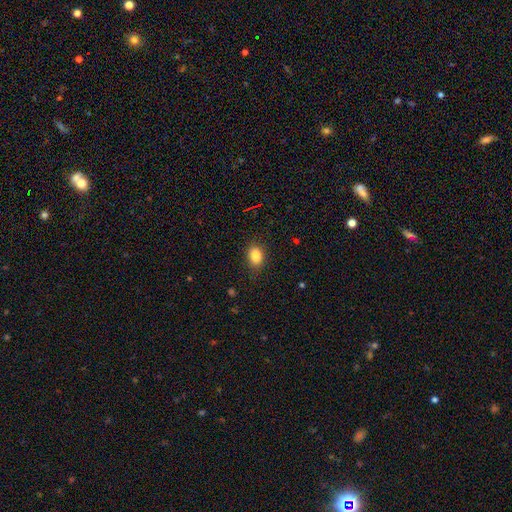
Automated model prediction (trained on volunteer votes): Smooth or featured? Predicted: smooth (p=0.85). How rounded? Predicted: in between (p=0.73). Merging? Predicted: none (p=0.83).